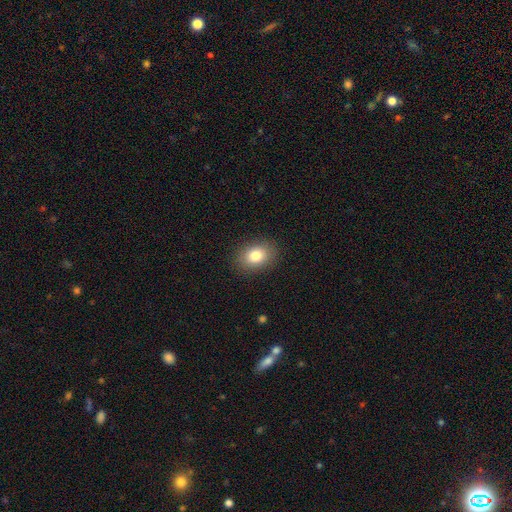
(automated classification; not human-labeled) The model was most divided on "how rounded": in between: 70%, round: 29%, cigar-shaped: 1%. More confident: merging — none (88%); smooth or featured — smooth (81%).